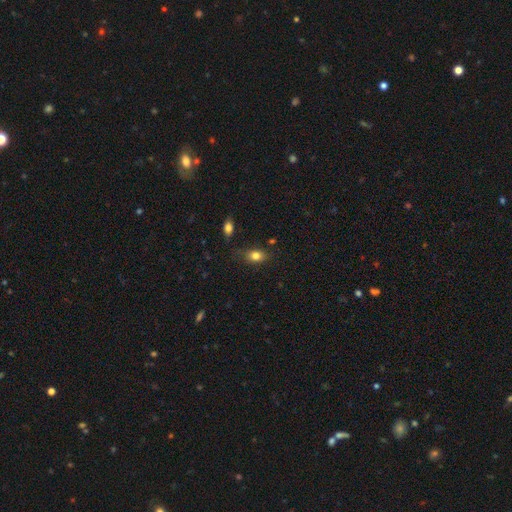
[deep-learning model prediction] This is clearly a smooth galaxy (81%). How rounded: likely in between (75%). Merging: likely none (73%).